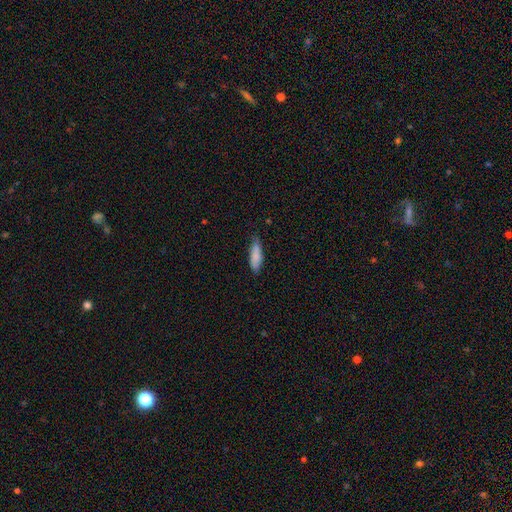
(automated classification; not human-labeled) A smooth galaxy with no disk features (85%) that is cigar-shaped (50%).

Vote fractions:
- Smooth or featured? smooth: 85% / featured or disk: 9% / star or artifact: 6%
- How rounded? cigar-shaped: 50% / in between: 49% / round: 2%
- Merging? none: 75% / minor disturbance: 20% / major disturbance: 3% / merger: 1%